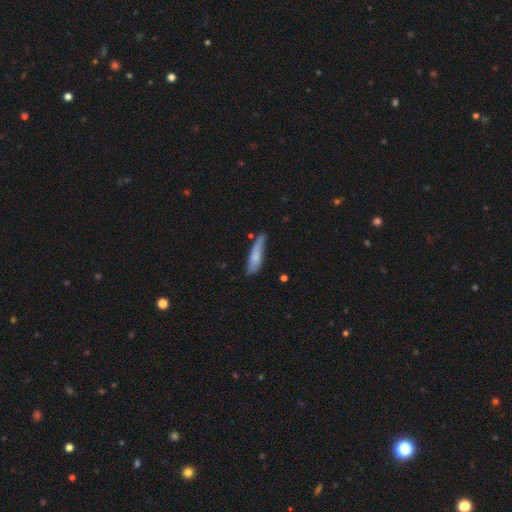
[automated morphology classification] This appears to be a smooth galaxy with no disk features (67%) that is cigar-shaped (72%). Merging: none (50%).